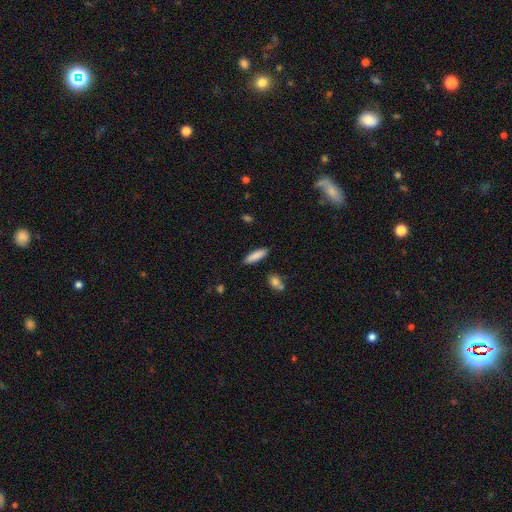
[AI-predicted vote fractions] smooth_or_featured: smooth (p=0.86) [alt: featured or disk p=0.07]
how_rounded: cigar-shaped (p=0.64) [alt: in between p=0.34]
merging: none (p=0.87) [alt: minor disturbance p=0.08]